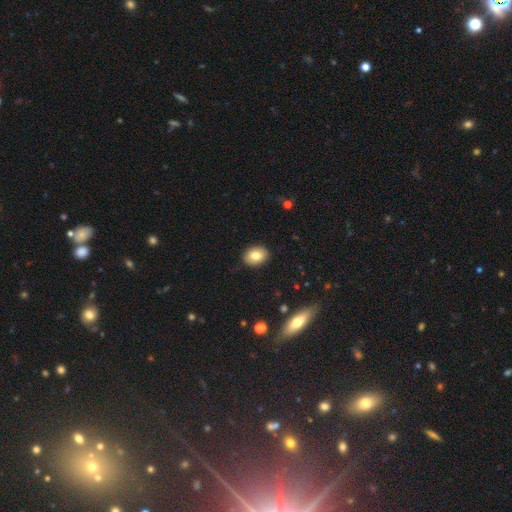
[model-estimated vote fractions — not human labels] smooth-or-featured: smooth: 79% | featured or disk: 12% | star or artifact: 9%
  how-rounded: in between: 66% | round: 32% | cigar-shaped: 1%
  merging: none: 89% | minor disturbance: 8% | major disturbance: 2% | merger: 1%